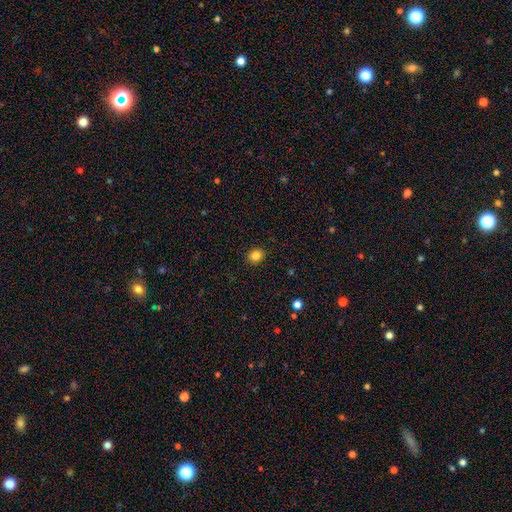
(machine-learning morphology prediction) A smooth galaxy with no disk features (83%) that is round (76%).

Vote fractions:
- Smooth or featured? smooth: 83% / star or artifact: 11% / featured or disk: 5%
- How rounded? round: 76% / in between: 23% / cigar-shaped: 1%
- Merging? none: 91% / minor disturbance: 7% / major disturbance: 2% / merger: 1%